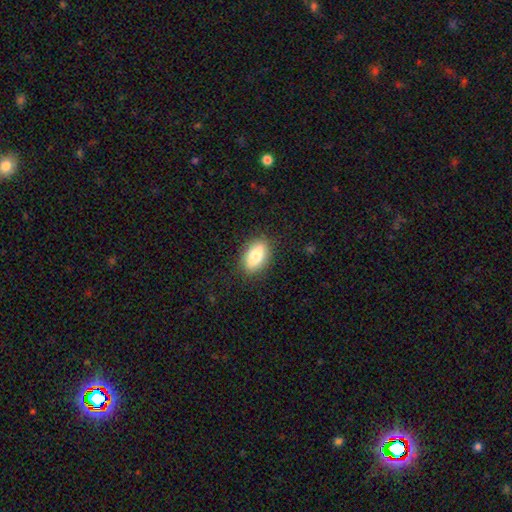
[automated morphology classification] smooth 78%, featured or disk 15%, star or artifact 7%. Down the decision tree: how rounded — in between (87%); merging — none (86%).